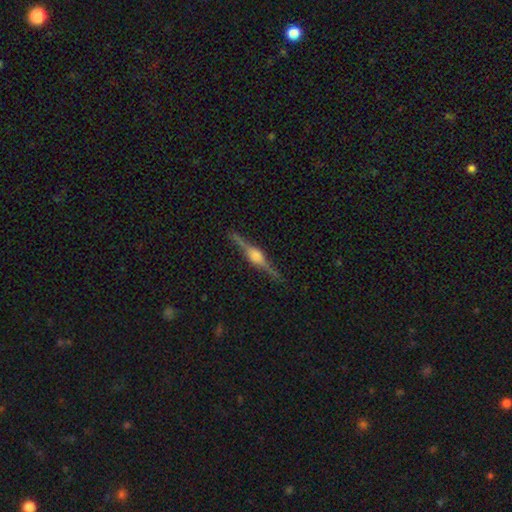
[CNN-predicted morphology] The model was most divided on "edge-on bulge": rounded: 83%, boxy: 15%, none: 2%. More confident: edge-on disk — yes (98%); merging — none (88%); smooth or featured — featured or disk (85%).